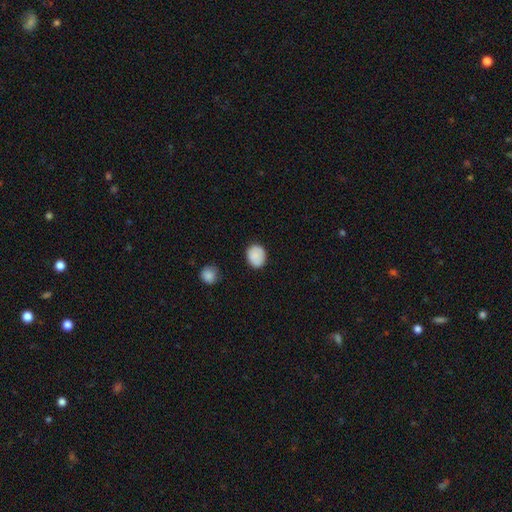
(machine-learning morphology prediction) type=smooth (87%); roundness=round (57%); merging=none (82%).